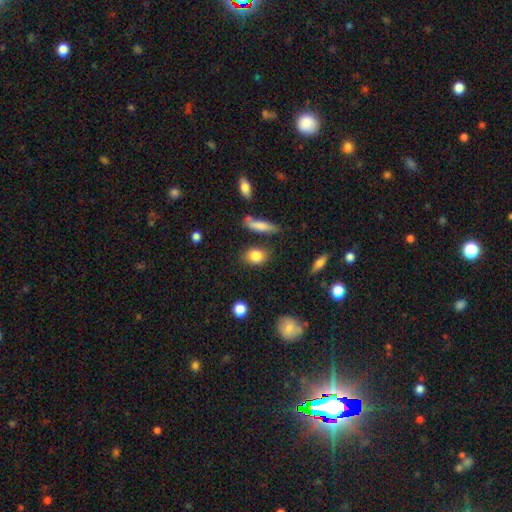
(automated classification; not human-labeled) Smooth or featured?
  - smooth: 83% *
  - star or artifact: 8%
  - featured or disk: 8%
How rounded?
  - in between: 62% *
  - round: 33%
  - cigar-shaped: 4%
Merging?
  - none: 78% *
  - minor disturbance: 14%
  - merger: 5%
  - major disturbance: 4%